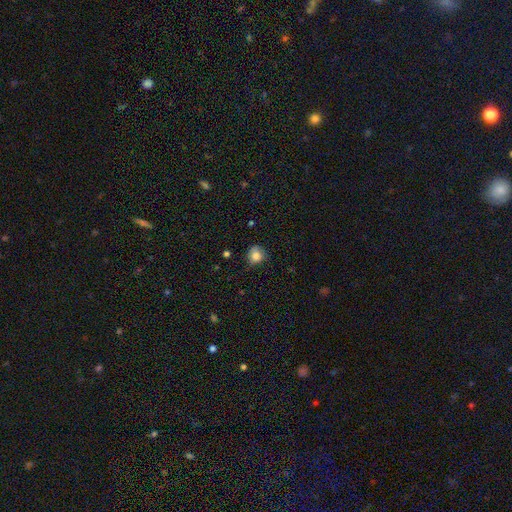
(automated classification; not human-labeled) Smooth or featured? smooth (82%)
How rounded? round (81%)
Merging? none (68%)